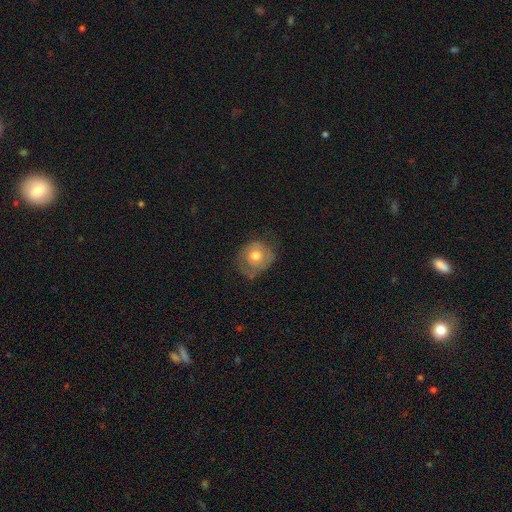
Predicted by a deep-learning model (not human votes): A smooth galaxy with no disk features (49%).

Vote fractions:
- Smooth or featured? smooth: 49% / featured or disk: 43% / star or artifact: 8%
- Merging? none: 55% / minor disturbance: 29% / major disturbance: 14% / merger: 2%